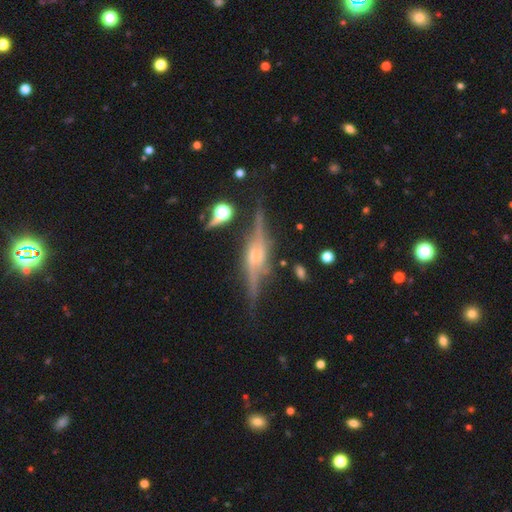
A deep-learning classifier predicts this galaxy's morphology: This is clearly a featured or disk galaxy (85%). It is clearly viewed edge-on (96%). Edge-on bulge: likely rounded (65%). Merging: likely none (78%).